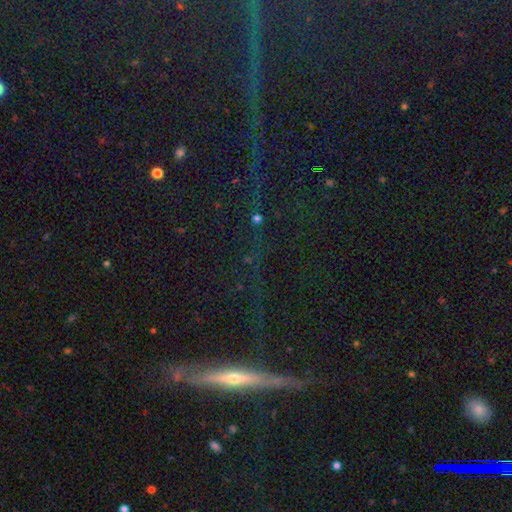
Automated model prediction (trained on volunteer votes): Smooth or featured? featured or disk (43%, tied with star or artifact)
Merging? none (84%)